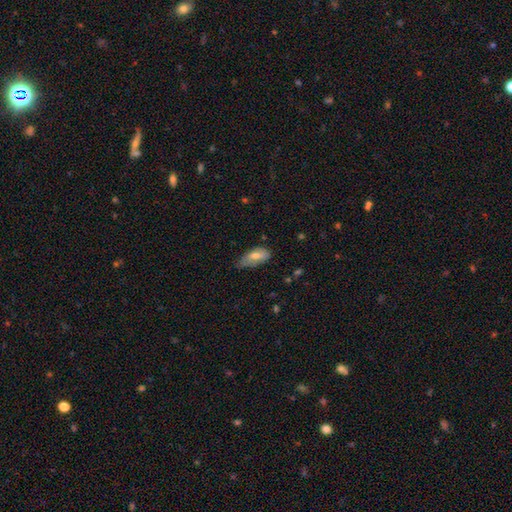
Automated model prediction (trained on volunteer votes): Smooth or featured?
  - smooth: 66% *
  - featured or disk: 27%
  - star or artifact: 7%
How rounded?
  - in between: 87% *
  - cigar-shaped: 10%
  - round: 3%
Merging?
  - none: 50% *
  - minor disturbance: 38%
  - major disturbance: 10%
  - merger: 2%